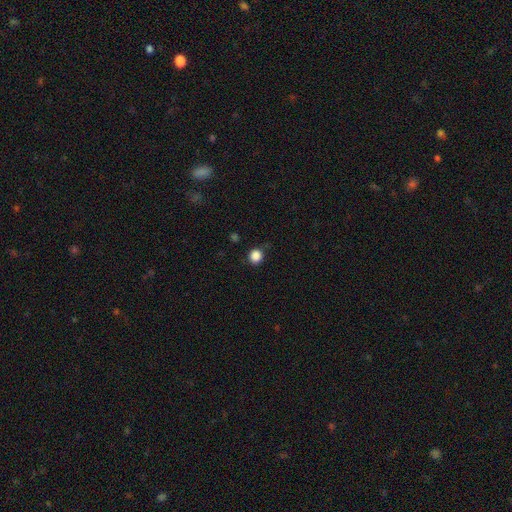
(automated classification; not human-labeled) Smooth or featured?
  - smooth: 86% *
  - star or artifact: 11%
  - featured or disk: 3%
How rounded?
  - round: 92% *
  - in between: 7%
  - cigar-shaped: 1%
Merging?
  - none: 87% *
  - minor disturbance: 9%
  - major disturbance: 2%
  - merger: 2%